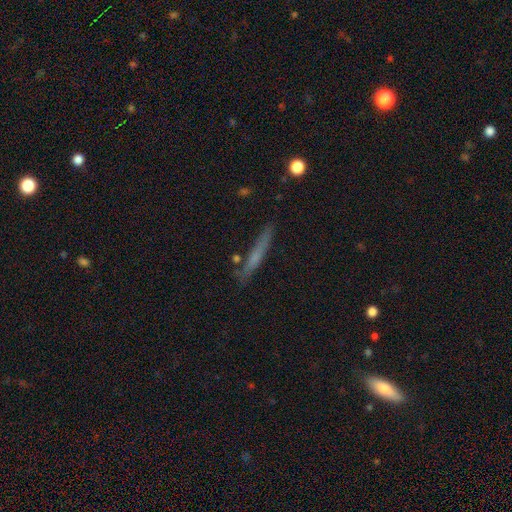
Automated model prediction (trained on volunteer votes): Smooth or featured? smooth (53%)
How rounded? cigar-shaped (94%)
Merging? none (83%)